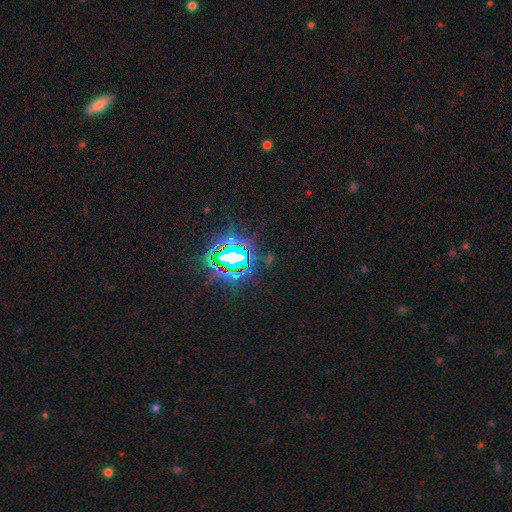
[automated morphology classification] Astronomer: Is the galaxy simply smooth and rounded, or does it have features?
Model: star or artifact — 83%.